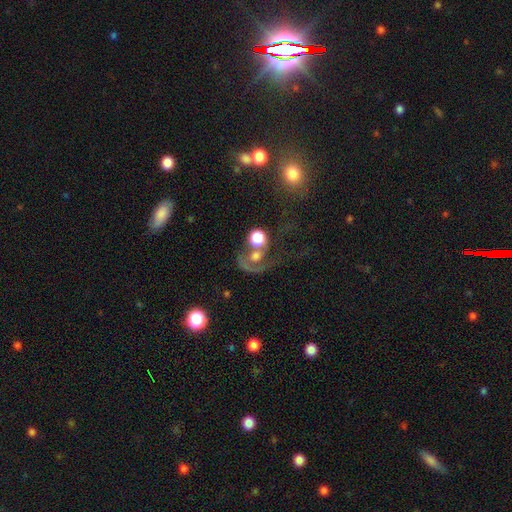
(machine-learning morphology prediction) A featured or disk galaxy (51%).

Vote fractions:
- Smooth or featured? featured or disk: 51% / smooth: 32% / star or artifact: 17%
- Edge-on disk? no: 96% / yes: 4%
- Merging? none: 32% / major disturbance: 30% / merger: 27% / minor disturbance: 12%